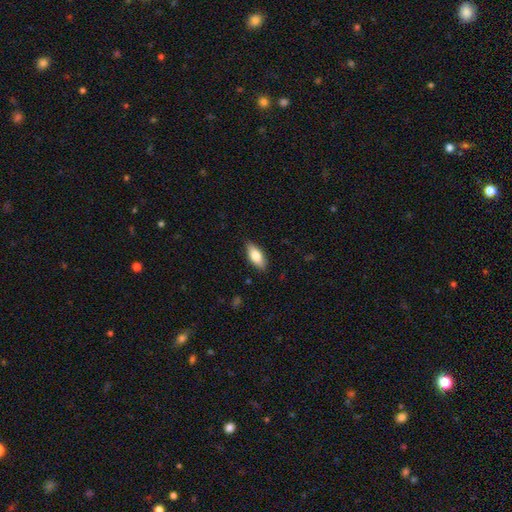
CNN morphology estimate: Smooth or featured? Predicted: smooth (p=0.76). How rounded? Predicted: in between (p=0.80). Merging? Predicted: none (p=0.85).